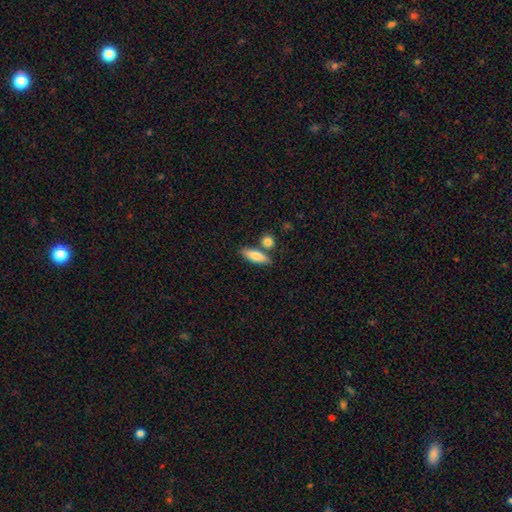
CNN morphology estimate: Smooth or featured: smooth — 78% (featured or disk — 15%)
How rounded: in between — 48% (cigar-shaped — 47%)
Merging: none — 69% (merger — 16%)